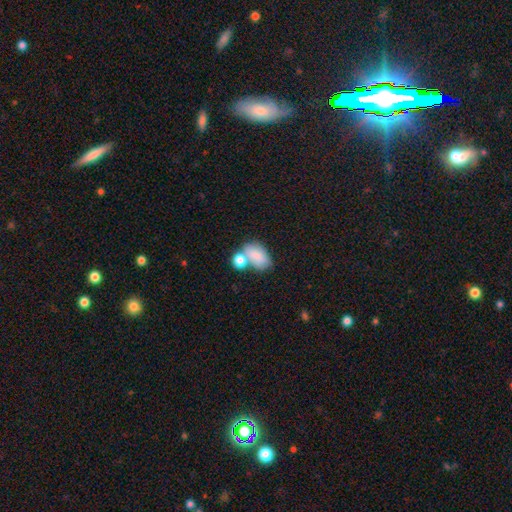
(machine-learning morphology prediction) Smooth or featured? Predicted: smooth (p=0.81). How rounded? Predicted: in between (p=0.87). Merging? Predicted: none (p=0.42).